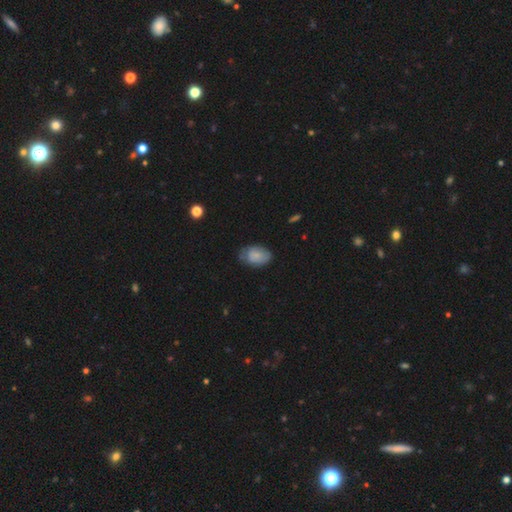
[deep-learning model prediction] smooth_or_featured: smooth (p=0.71) [alt: featured or disk p=0.22]
how_rounded: in between (p=0.88) [alt: round p=0.11]
merging: none (p=0.57) [alt: minor disturbance p=0.33]